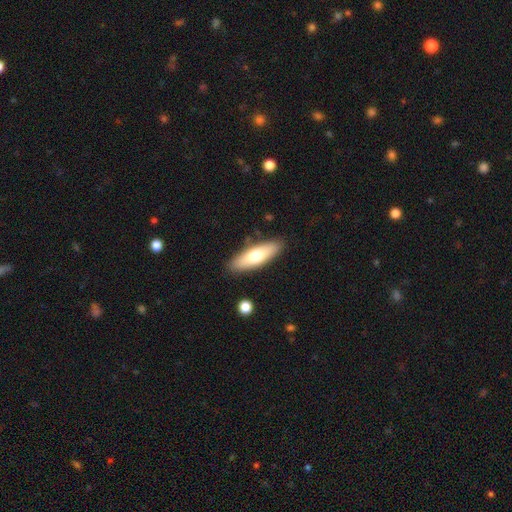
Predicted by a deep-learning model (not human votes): smooth-or-featured: smooth: 67% | featured or disk: 27% | star or artifact: 6%
  how-rounded: in between: 52% | cigar-shaped: 46% | round: 2%
  merging: none: 86% | minor disturbance: 10% | major disturbance: 2% | merger: 2%